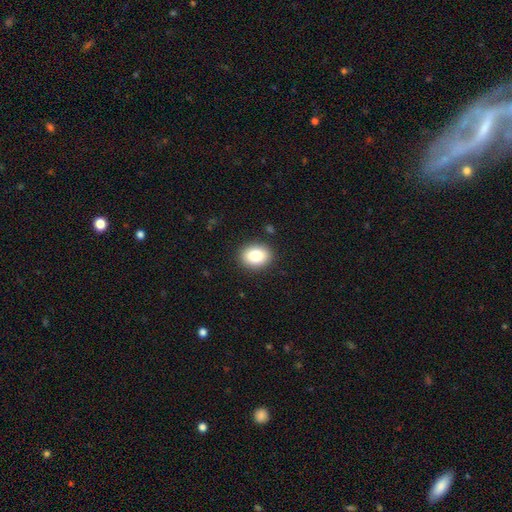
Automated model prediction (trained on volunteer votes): smooth-or-featured: smooth: 82% | star or artifact: 9% | featured or disk: 9%
  how-rounded: in between: 54% | round: 45% | cigar-shaped: 1%
  merging: none: 89% | minor disturbance: 7% | major disturbance: 2% | merger: 1%